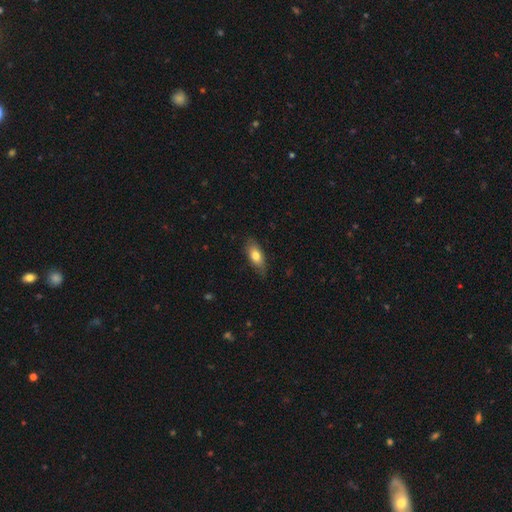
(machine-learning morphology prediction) Smooth or featured?
  - smooth: 74% *
  - featured or disk: 19%
  - star or artifact: 7%
How rounded?
  - in between: 82% *
  - cigar-shaped: 14%
  - round: 4%
Merging?
  - none: 78% *
  - minor disturbance: 18%
  - major disturbance: 3%
  - merger: 1%